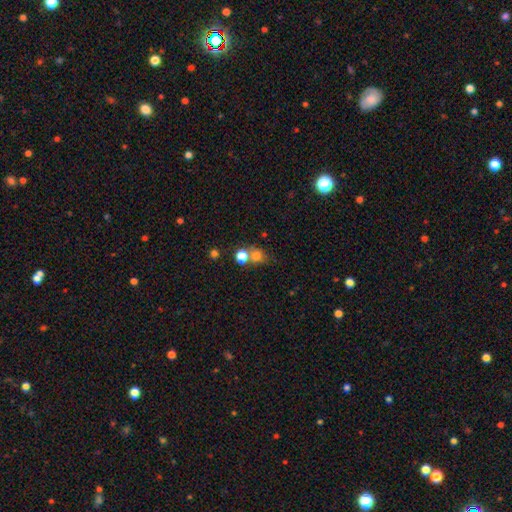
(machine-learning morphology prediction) This appears to be a smooth galaxy with no disk features (74%) that is round (74%). Merging: none (50%).